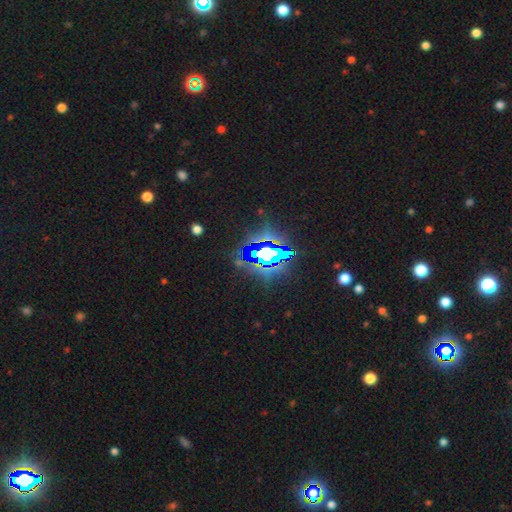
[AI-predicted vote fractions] star or artifact 82%, smooth 10%, featured or disk 9%.